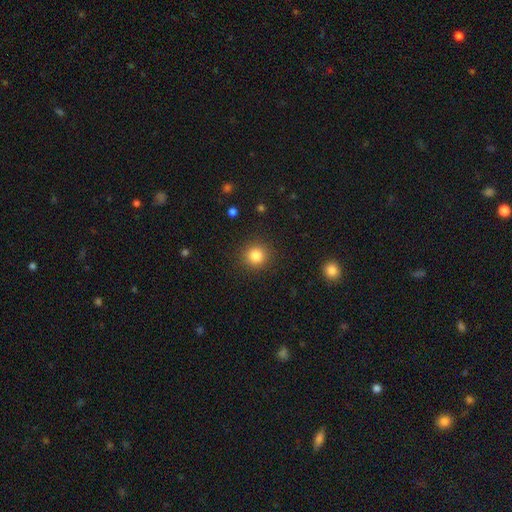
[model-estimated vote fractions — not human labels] The model was most divided on "smooth or featured": smooth: 84%, star or artifact: 11%, featured or disk: 5%. More confident: how rounded — round (93%); merging — none (91%).